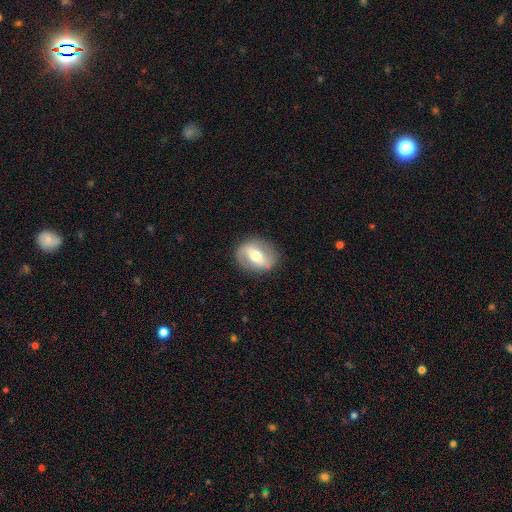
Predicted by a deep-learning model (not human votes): Smooth or featured? featured or disk (64%)
Edge-on disk? no (92%)
Bar? strong (46%)
Spiral arms? yes (64%)
Bulge size? moderate (67%)
Merging? none (82%)